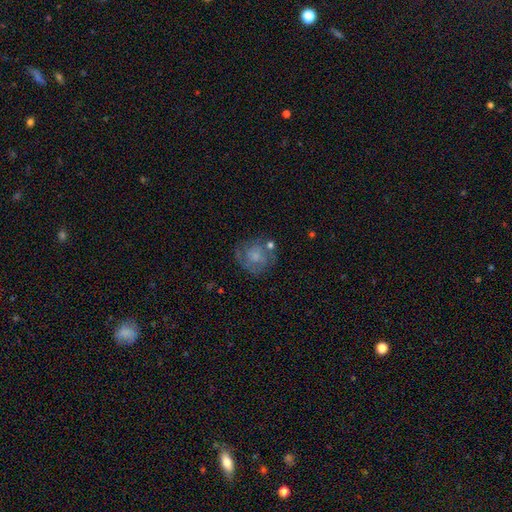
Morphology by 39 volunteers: Smooth or featured: featured or disk — 62% (smooth — 36%)
Edge-on disk: no — 100%
Bar: weak — 46% (no — 38%)
Spiral arms: yes — 88% (no — 12%)
Spiral winding: tight — 43% (tied with medium — 43%)
Spiral arm count: 2 — 67% (can't tell — 19%)
Bulge size: none — 42% (moderate — 25%)
Merging: none — 47% (minor disturbance — 26%)